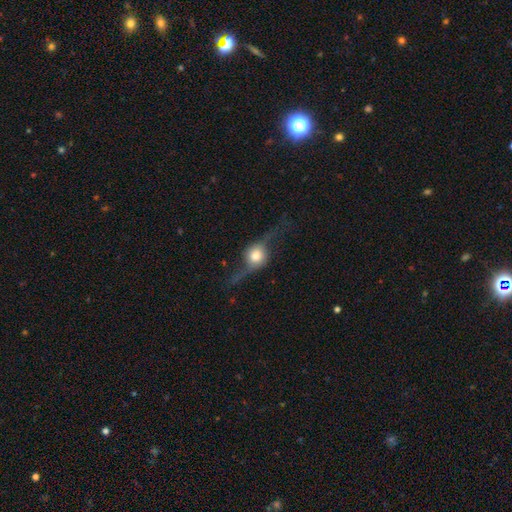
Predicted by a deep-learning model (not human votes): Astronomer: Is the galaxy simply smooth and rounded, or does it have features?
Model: featured or disk — 72%.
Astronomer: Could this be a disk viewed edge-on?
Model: yes — 77%.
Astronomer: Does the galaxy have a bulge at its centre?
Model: rounded — 94%.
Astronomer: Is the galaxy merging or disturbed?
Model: none — 62%.